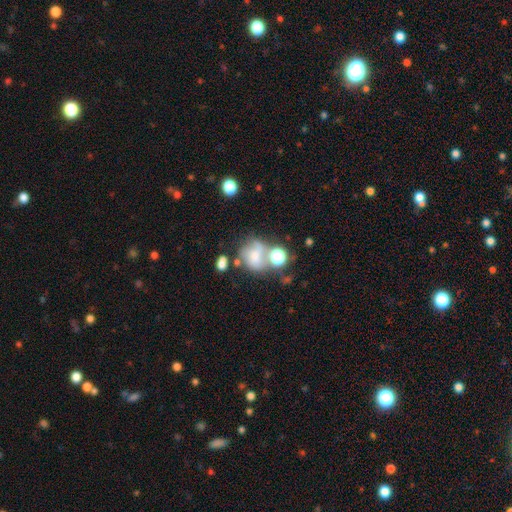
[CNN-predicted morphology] Overall: smooth (50%; featured or disk 34%). Merging: none (33%; merger 29%).